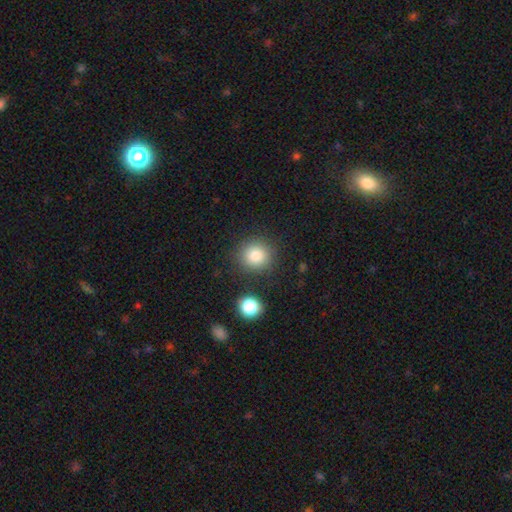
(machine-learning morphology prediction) Smooth or featured?
  - smooth: 83% *
  - star or artifact: 10%
  - featured or disk: 6%
How rounded?
  - round: 90% *
  - in between: 9%
  - cigar-shaped: 1%
Merging?
  - none: 83% *
  - minor disturbance: 8%
  - merger: 5%
  - major disturbance: 3%